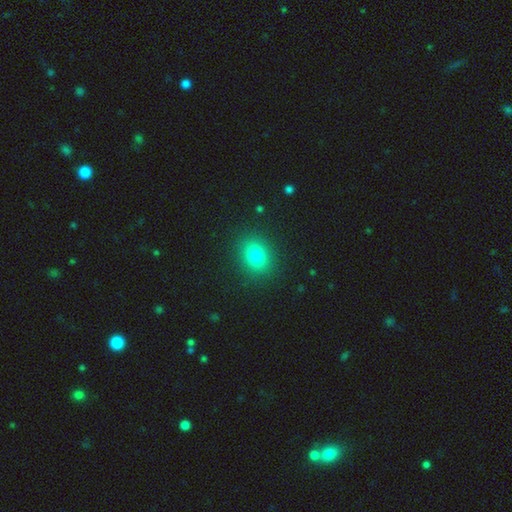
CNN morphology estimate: smooth_or_featured: smooth (p=0.80) [alt: star or artifact p=0.13]
how_rounded: round (p=0.51) [alt: in between p=0.47]
merging: none (p=0.89) [alt: minor disturbance p=0.08]